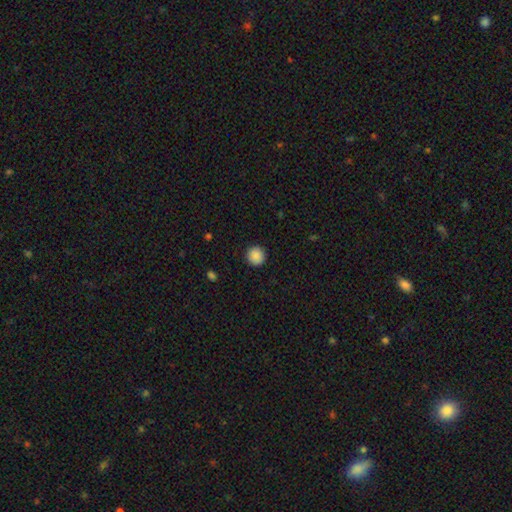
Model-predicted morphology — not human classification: This appears to be a smooth galaxy with no disk features (89%) that is round (94%). Merging: none (91%).